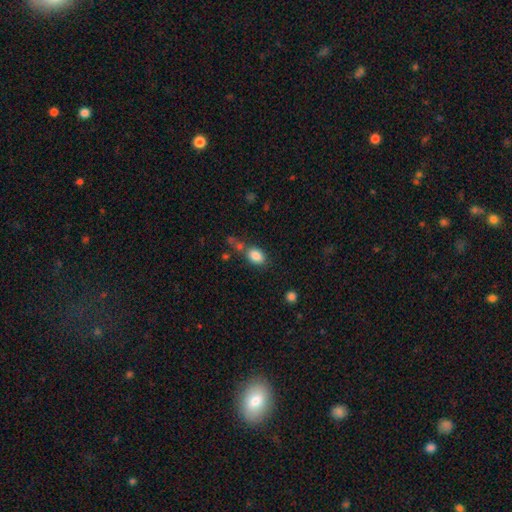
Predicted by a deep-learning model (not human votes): Morphology: type=smooth (85%); roundness=in between (76%); merging=none (64%).